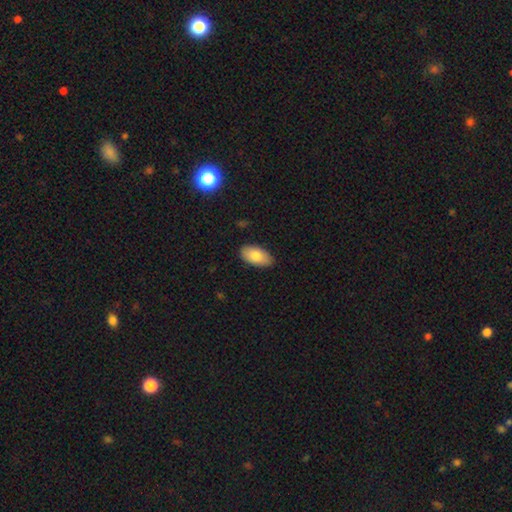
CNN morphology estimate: A smooth galaxy with no disk features (81%) that is in between round and cigar-shaped (95%). Merging: none (86%).